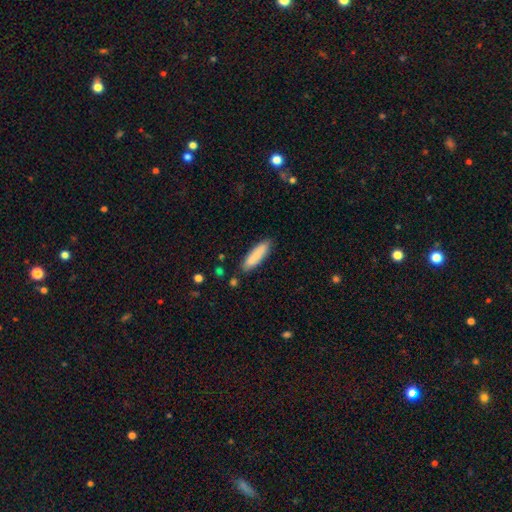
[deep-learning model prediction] Smooth or featured?
  - smooth: 85% *
  - featured or disk: 9%
  - star or artifact: 6%
How rounded?
  - cigar-shaped: 67% *
  - in between: 32%
  - round: 1%
Merging?
  - none: 86% *
  - minor disturbance: 10%
  - major disturbance: 2%
  - merger: 2%